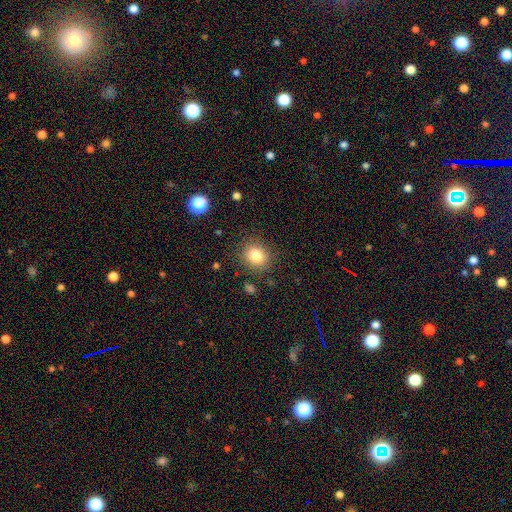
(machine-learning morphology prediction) A smooth galaxy with no disk features (81%) that is round (78%).

Vote fractions:
- Smooth or featured? smooth: 81% / star or artifact: 11% / featured or disk: 8%
- How rounded? round: 78% / in between: 21% / cigar-shaped: 1%
- Merging? none: 85% / minor disturbance: 10% / major disturbance: 4% / merger: 2%